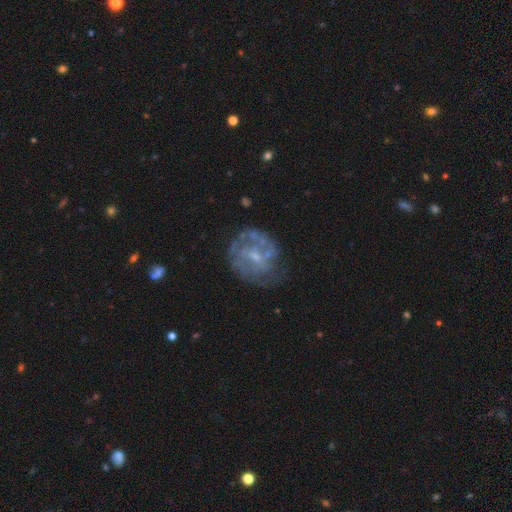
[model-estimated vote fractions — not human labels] Q: Smooth or featured?
A: featured or disk (74%); runner-up: smooth (18%)
Q: Edge-on disk?
A: no (98%); runner-up: yes (2%)
Q: Bar?
A: no (49%); runner-up: weak (43%)
Q: Spiral arms?
A: yes (62%); runner-up: no (38%)
Q: Bulge size?
A: small (59%); runner-up: moderate (27%)
Q: Merging?
A: none (59%); runner-up: minor disturbance (22%)